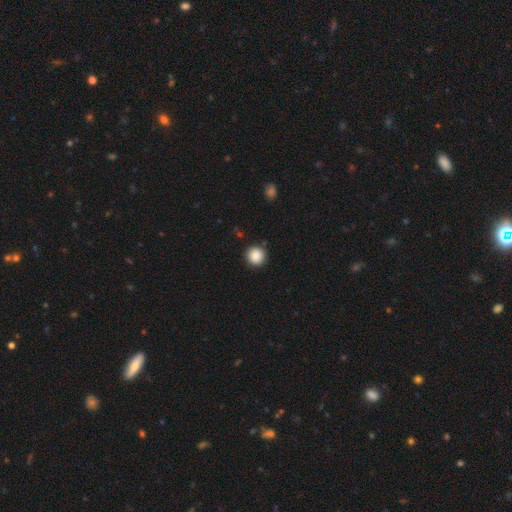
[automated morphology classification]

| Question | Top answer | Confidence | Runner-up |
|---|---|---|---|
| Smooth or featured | smooth | 88% | star or artifact (9%) |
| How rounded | round | 95% | in between (4%) |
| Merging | none | 90% | minor disturbance (7%) |